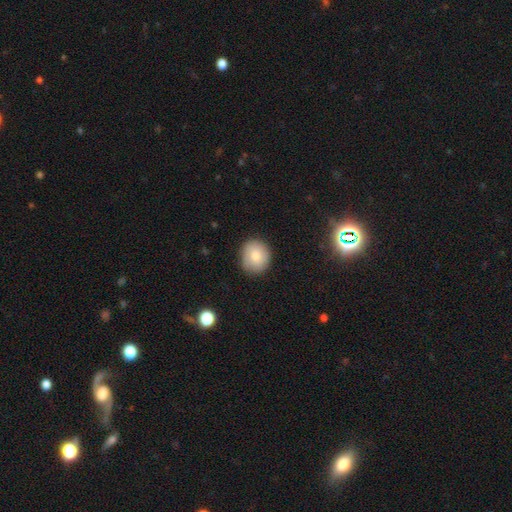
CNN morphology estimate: smooth_or_featured: smooth (p=0.79) [alt: featured or disk p=0.13]
how_rounded: round (p=0.81) [alt: in between p=0.18]
merging: none (p=0.84) [alt: minor disturbance p=0.12]